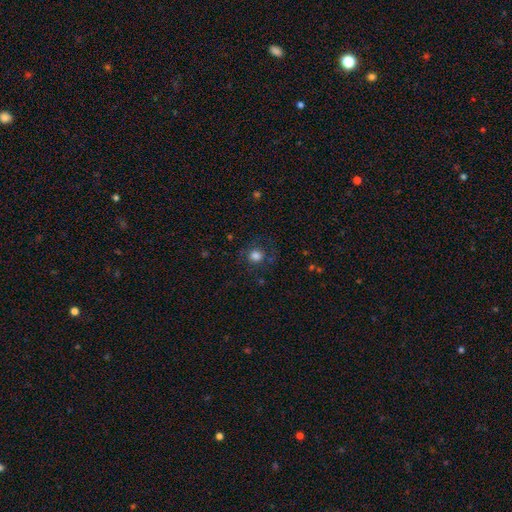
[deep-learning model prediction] Overall: smooth (78%). How rounded: round (89%). Merging: none (78%).